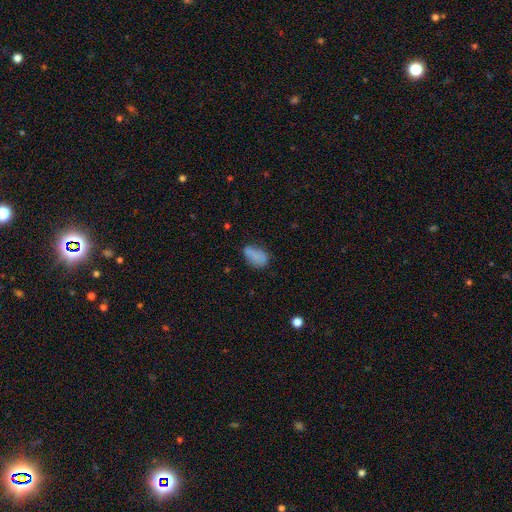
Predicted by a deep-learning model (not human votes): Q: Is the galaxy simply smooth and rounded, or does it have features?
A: smooth — 77%.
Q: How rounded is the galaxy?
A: in between — 89%.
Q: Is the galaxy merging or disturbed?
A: none — 53%.